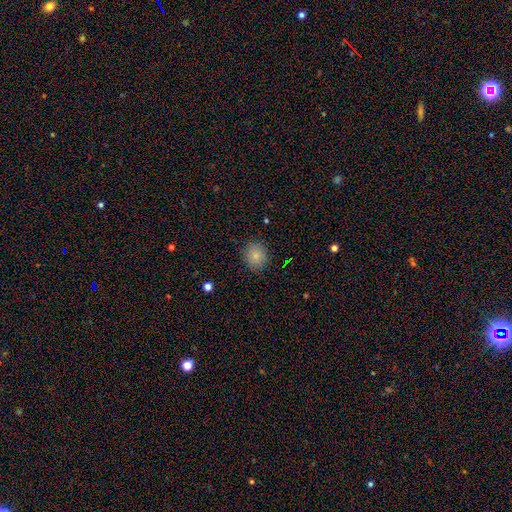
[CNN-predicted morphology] smooth_or_featured: smooth (p=0.83) [alt: star or artifact p=0.11]
how_rounded: round (p=0.73) [alt: in between p=0.26]
merging: none (p=0.87) [alt: minor disturbance p=0.09]